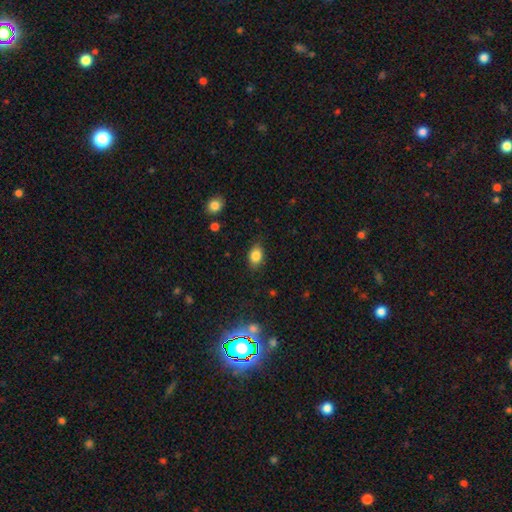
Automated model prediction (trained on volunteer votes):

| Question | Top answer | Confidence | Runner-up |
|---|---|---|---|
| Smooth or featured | smooth | 84% | star or artifact (9%) |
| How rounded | in between | 80% | round (19%) |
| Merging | none | 81% | minor disturbance (14%) |